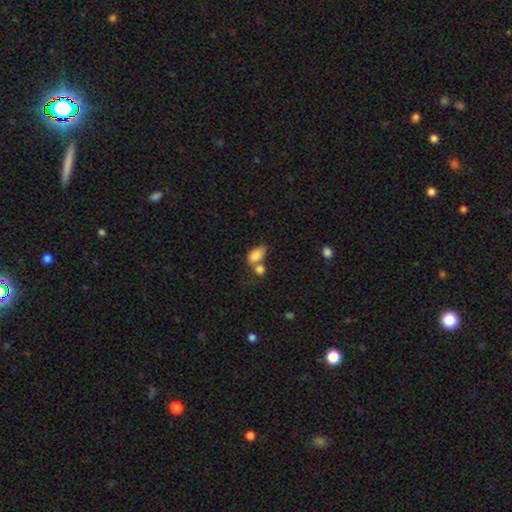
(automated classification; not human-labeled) This is clearly a smooth galaxy (84%). How rounded: clearly in between (89%). Merging: marginally merger (44%).